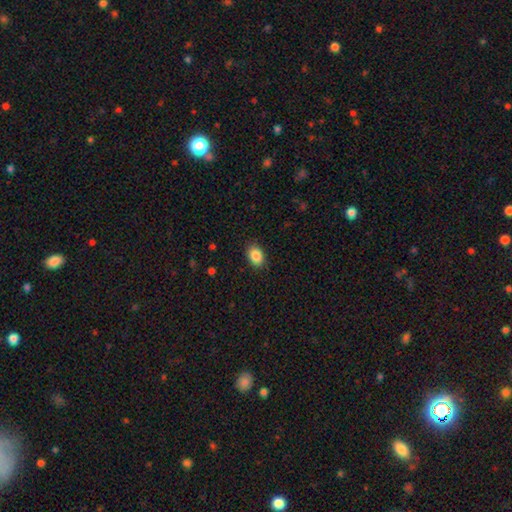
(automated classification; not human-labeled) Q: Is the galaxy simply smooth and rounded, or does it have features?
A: smooth — 87%.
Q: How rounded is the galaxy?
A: in between — 77%.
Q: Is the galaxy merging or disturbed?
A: none — 88%.